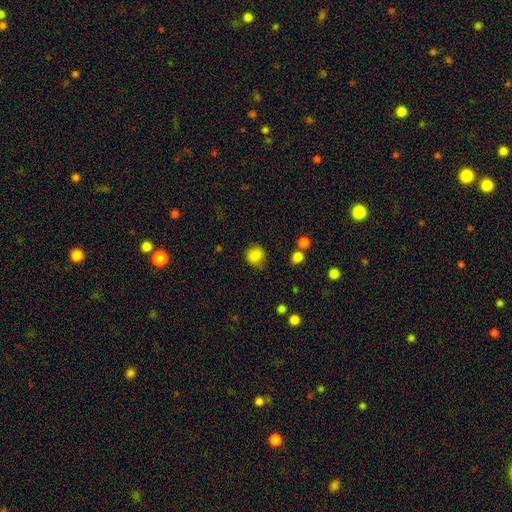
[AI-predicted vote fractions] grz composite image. It shows a smooth galaxy with no disk features (85%) that is round (86%). Merging: none (78%).